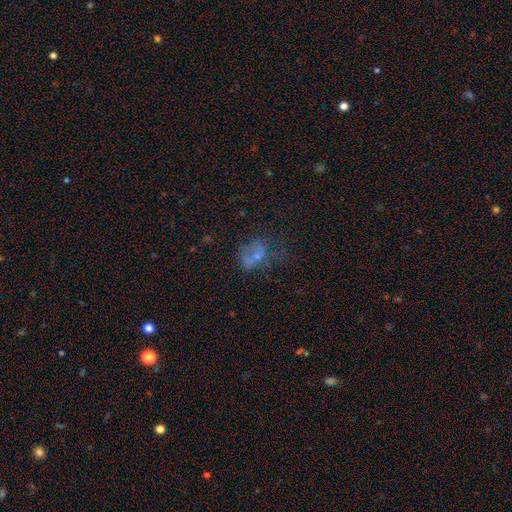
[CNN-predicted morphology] smooth-or-featured: smooth: 43% | featured or disk: 34% | star or artifact: 23%
  merging: none: 36% | major disturbance: 29% | minor disturbance: 20% | merger: 15%